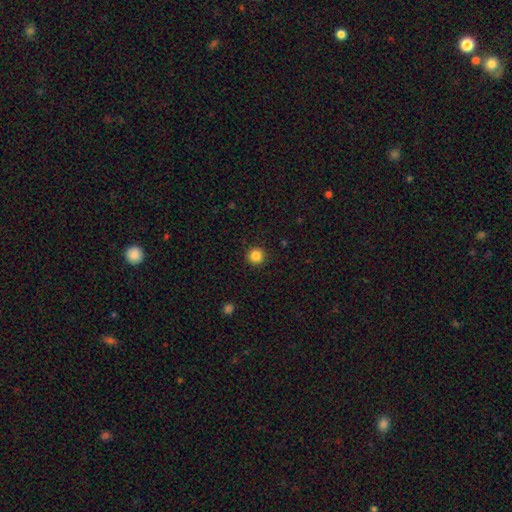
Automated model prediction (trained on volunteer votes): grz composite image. It shows a smooth galaxy with no disk features (86%) that is round (96%). Merging: none (93%).